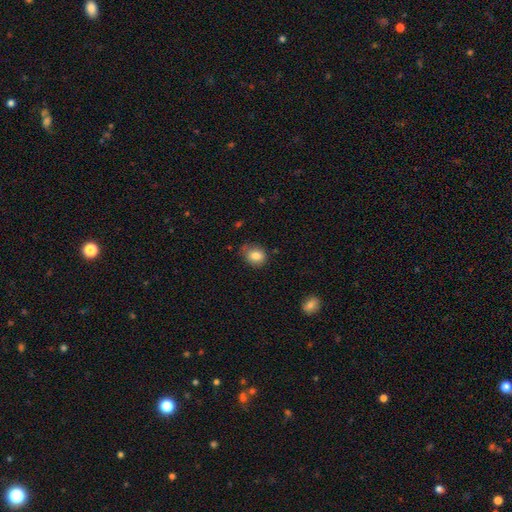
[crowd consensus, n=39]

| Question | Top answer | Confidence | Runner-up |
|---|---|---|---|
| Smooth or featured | smooth | 85% | star or artifact (10%) |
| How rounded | round | 67% | in between (33%) |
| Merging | none | 77% | minor disturbance (11%) |